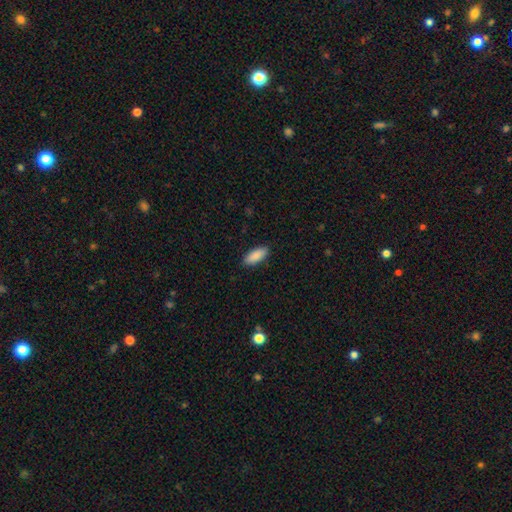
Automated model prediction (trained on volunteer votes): Smooth or featured: smooth — 89% (star or artifact — 6%)
How rounded: in between — 82% (cigar-shaped — 17%)
Merging: none — 89% (minor disturbance — 9%)